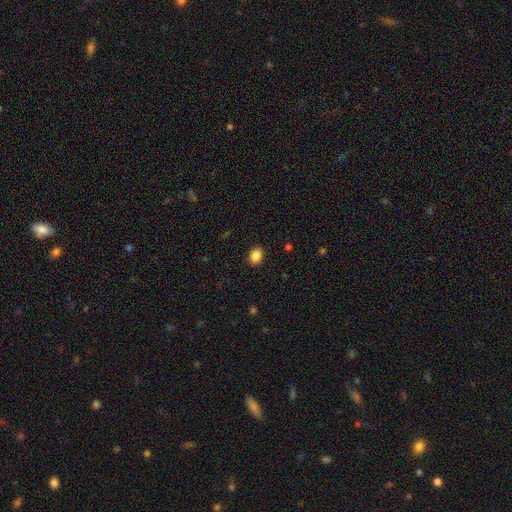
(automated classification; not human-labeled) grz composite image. It shows a smooth galaxy with no disk features (87%) that is in between round and cigar-shaped (61%). Merging: none (89%).